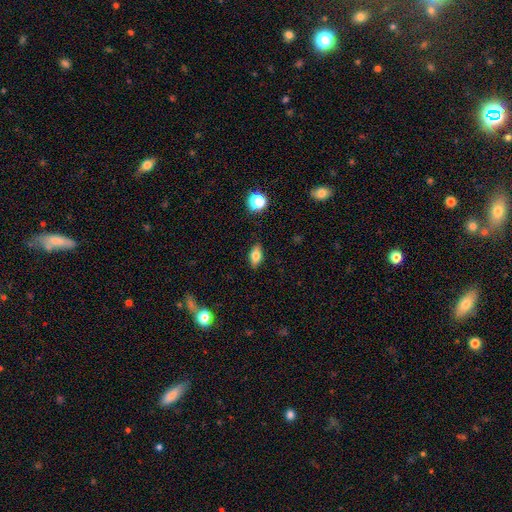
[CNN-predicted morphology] A smooth galaxy with no disk features (70%) that is in between round and cigar-shaped (80%). Merging: none (86%).